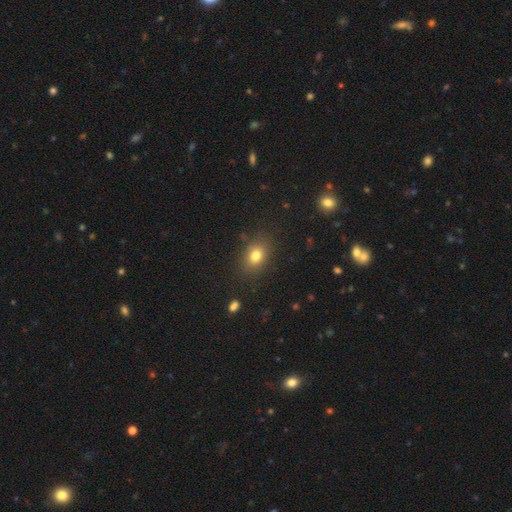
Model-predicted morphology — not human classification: smooth-or-featured: smooth: 79% | star or artifact: 12% | featured or disk: 8%
  how-rounded: in between: 64% | round: 34% | cigar-shaped: 1%
  merging: none: 84% | minor disturbance: 11% | major disturbance: 4% | merger: 2%